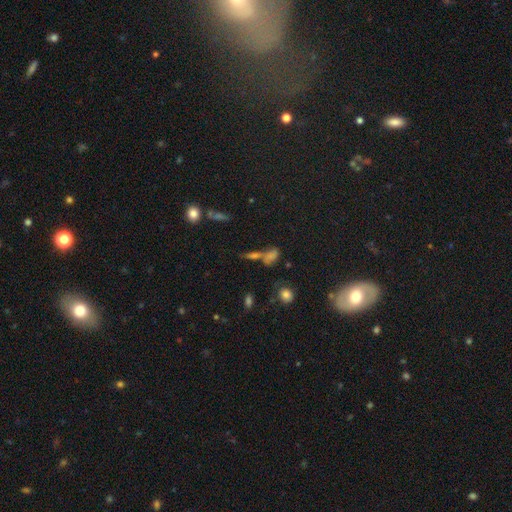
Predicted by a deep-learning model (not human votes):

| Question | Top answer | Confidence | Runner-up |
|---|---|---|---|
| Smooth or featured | smooth | 46% | star or artifact (35%) |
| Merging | none | 50% | merger (29%) |